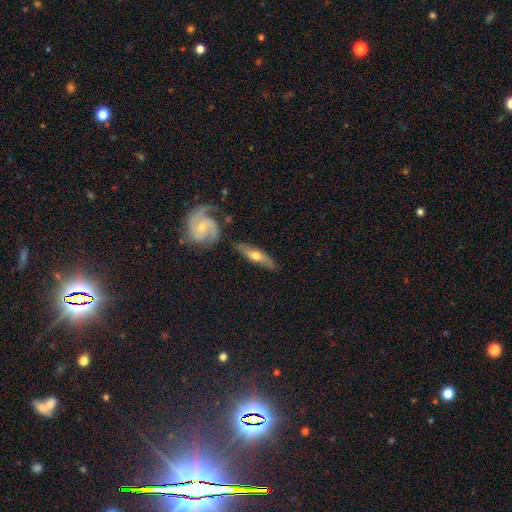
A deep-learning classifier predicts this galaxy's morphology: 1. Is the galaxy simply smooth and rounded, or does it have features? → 54% featured or disk, 41% smooth, 5% star or artifact.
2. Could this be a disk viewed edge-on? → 68% yes, 32% no.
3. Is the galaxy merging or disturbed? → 78% none, 13% minor disturbance, 6% merger, 3% major disturbance.